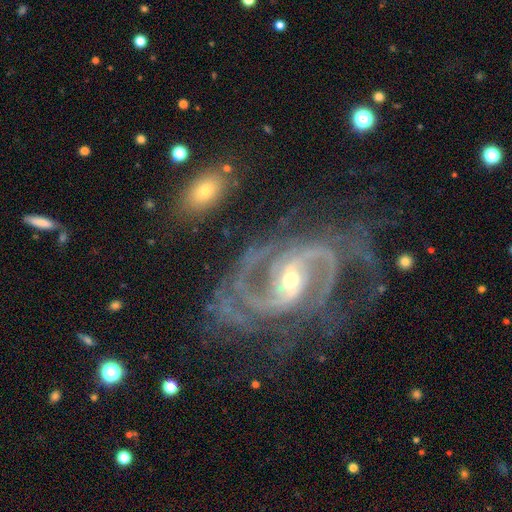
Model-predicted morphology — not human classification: A featured or disk galaxy (92%) with a weak bar (39%, tied with strong), 2 (74%) medium (55%) spiral arms (98%) and a small central bulge (52%). Merging: none (52%).